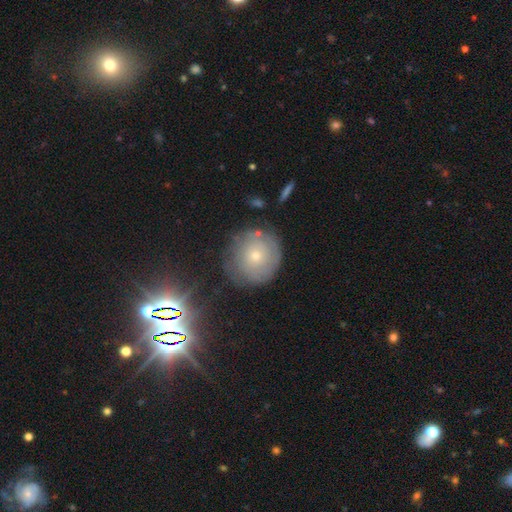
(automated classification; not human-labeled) This is marginally a featured or disk galaxy (43%). Merging: likely none (78%).